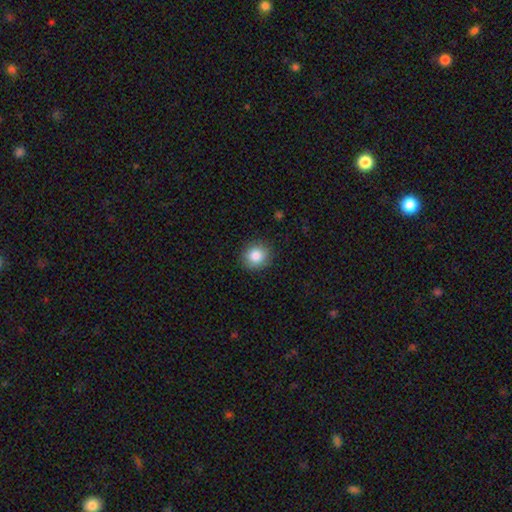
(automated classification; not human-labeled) This is clearly a smooth galaxy (85%). How rounded: clearly round (84%). Merging: clearly none (90%).